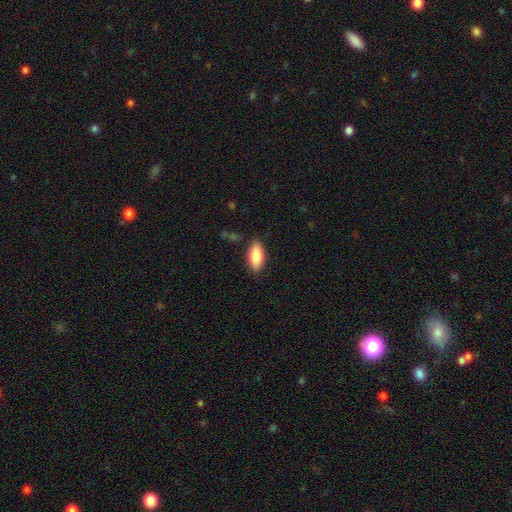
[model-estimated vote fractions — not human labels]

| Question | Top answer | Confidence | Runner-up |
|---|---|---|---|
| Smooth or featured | smooth | 85% | featured or disk (9%) |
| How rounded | in between | 85% | cigar-shaped (13%) |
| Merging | none | 86% | minor disturbance (10%) |